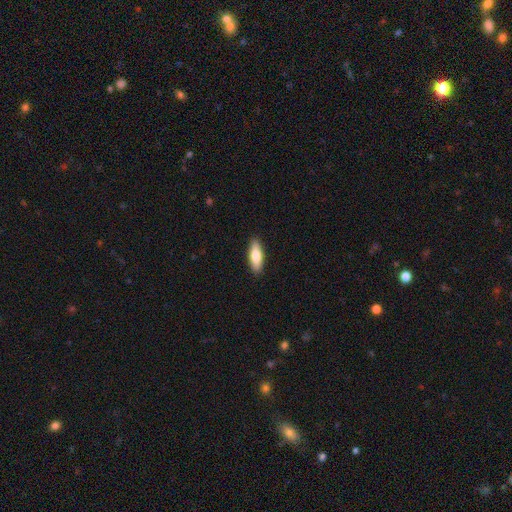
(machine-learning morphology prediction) smooth-or-featured: smooth: 75% | featured or disk: 20% | star or artifact: 6%
  how-rounded: in between: 61% | cigar-shaped: 37% | round: 2%
  merging: none: 90% | minor disturbance: 7% | major disturbance: 2% | merger: 1%